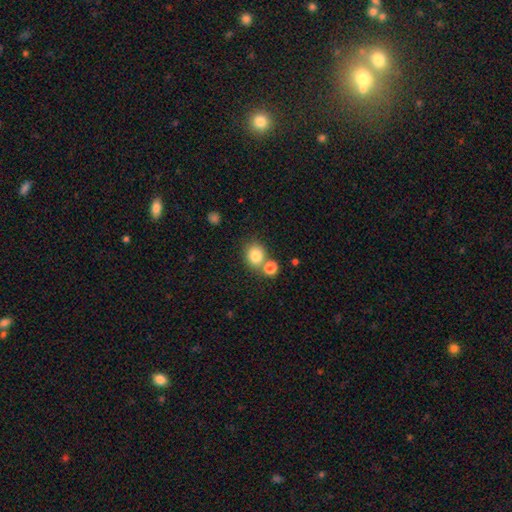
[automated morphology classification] Smooth or featured?
  - smooth: 82% *
  - star or artifact: 11%
  - featured or disk: 7%
How rounded?
  - round: 73% *
  - in between: 26%
  - cigar-shaped: 1%
Merging?
  - none: 63% *
  - merger: 24%
  - minor disturbance: 10%
  - major disturbance: 3%